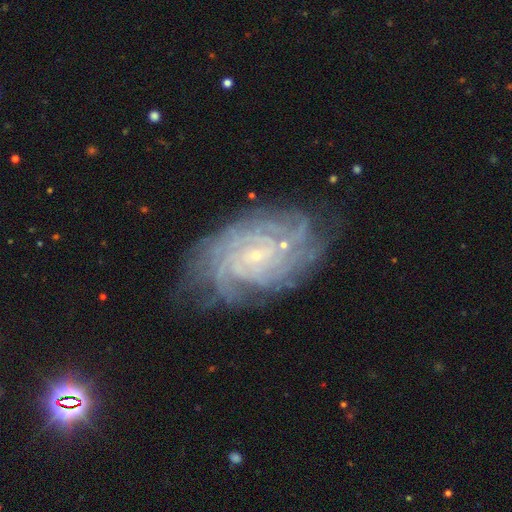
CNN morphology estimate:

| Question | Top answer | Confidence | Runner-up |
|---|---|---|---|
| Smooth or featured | featured or disk | 89% | star or artifact (6%) |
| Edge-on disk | no | 97% | yes (3%) |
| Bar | no | 60% | weak (30%) |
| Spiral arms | yes | 98% | no (2%) |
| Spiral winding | tight | 80% | medium (17%) |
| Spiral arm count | more than 4 | 31% | 4 (22%) |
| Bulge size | small | 86% | moderate (9%) |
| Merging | none | 75% | minor disturbance (16%) |